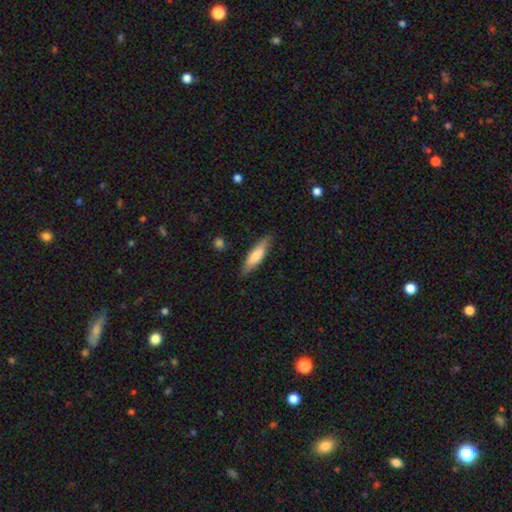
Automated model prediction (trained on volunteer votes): smooth 72%, featured or disk 23%, star or artifact 5%. Down the decision tree: how rounded — cigar-shaped (66%); merging — none (83%).